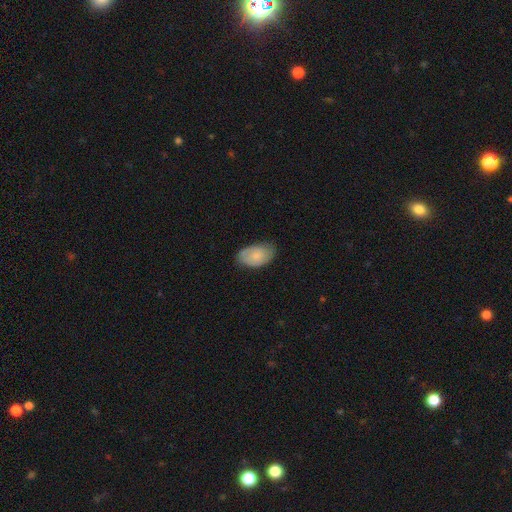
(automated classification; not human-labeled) A smooth galaxy with no disk features (70%) that is in between round and cigar-shaped (92%). Merging: none (71%).